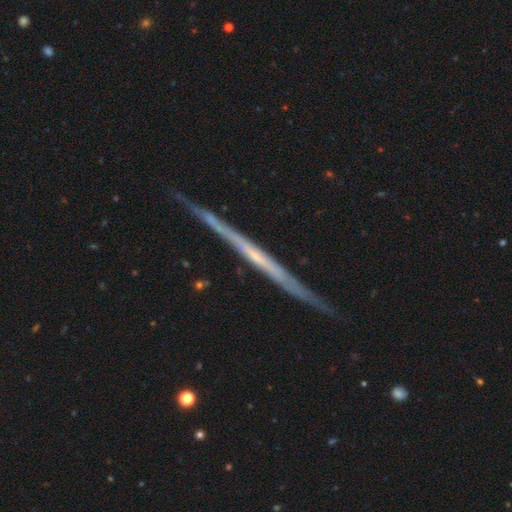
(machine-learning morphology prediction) A featured or disk galaxy (76%) viewed edge-on (97%) with no central bulge (78%). Merging: none (88%).